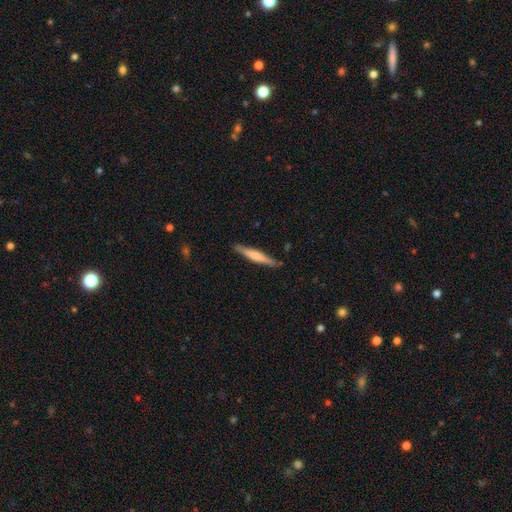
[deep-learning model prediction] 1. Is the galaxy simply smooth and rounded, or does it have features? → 53% smooth, 41% featured or disk, 5% star or artifact.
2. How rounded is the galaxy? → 93% cigar-shaped, 6% in between, 1% round.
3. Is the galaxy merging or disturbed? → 87% none, 10% minor disturbance, 2% major disturbance, 2% merger.